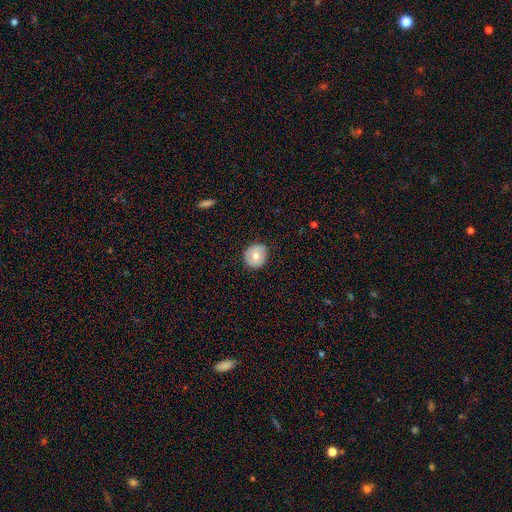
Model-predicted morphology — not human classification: Q: Smooth or featured?
A: smooth (68%); runner-up: featured or disk (25%)
Q: How rounded?
A: round (85%); runner-up: in between (14%)
Q: Merging?
A: none (79%); runner-up: minor disturbance (17%)